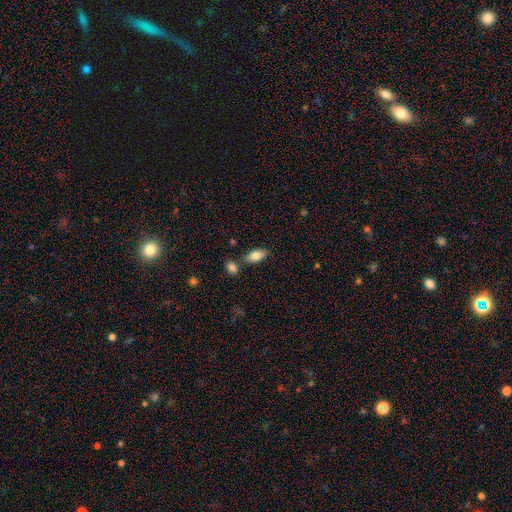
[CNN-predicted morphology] A smooth galaxy with no disk features (82%) that is in between round and cigar-shaped (90%). Merging: none (75%).